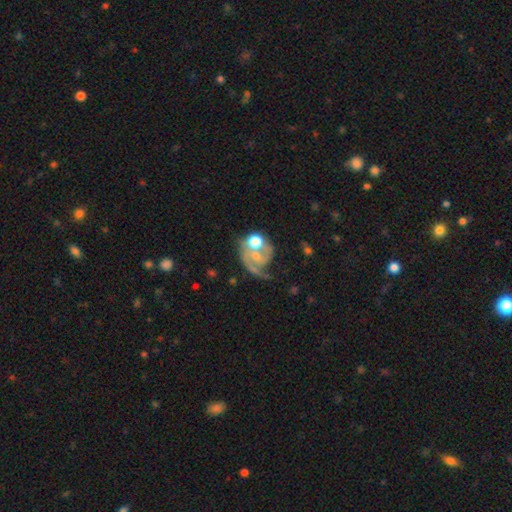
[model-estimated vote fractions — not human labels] Q: Smooth or featured?
A: featured or disk (74%); runner-up: smooth (19%)
Q: Edge-on disk?
A: no (98%); runner-up: yes (2%)
Q: Bar?
A: no (68%); runner-up: weak (26%)
Q: Spiral arms?
A: yes (86%); runner-up: no (14%)
Q: Spiral winding?
A: medium (41%); runner-up: loose (33%)
Q: Spiral arm count?
A: 1 (48%); runner-up: 2 (40%)
Q: Bulge size?
A: moderate (50%); runner-up: small (32%)
Q: Merging?
A: merger (34%); runner-up: none (27%)